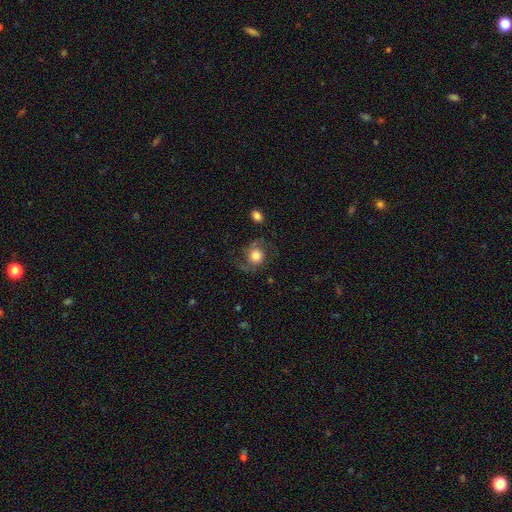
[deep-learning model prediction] The model was most divided on "bulge size": moderate: 45%, large: 37%, small: 9%, dominant: 8%, none: 2%. More confident: edge-on disk — no (97%); spiral arms — yes (91%); spiral arm count — 2 (87%); bar — no (77%); merging — none (64%); smooth or featured — featured or disk (58%); spiral winding — loose (52%).